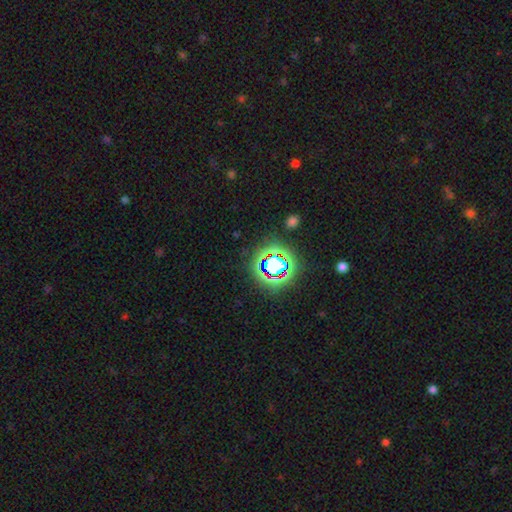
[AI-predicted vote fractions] This appears to be a star or artifact, not a galaxy (81%).